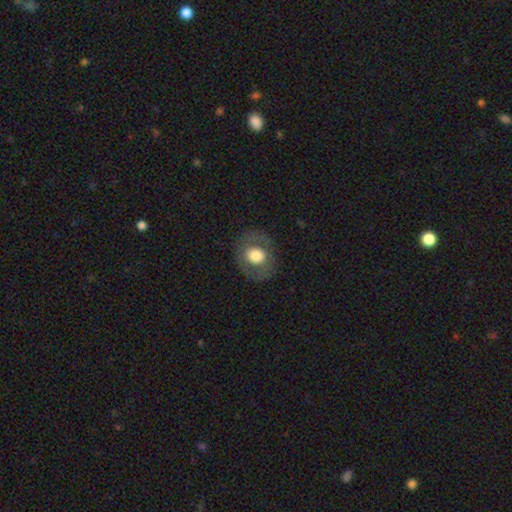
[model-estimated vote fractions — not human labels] A smooth galaxy with no disk features (61%) that is round (66%).

Vote fractions:
- Smooth or featured? smooth: 61% / featured or disk: 32% / star or artifact: 8%
- How rounded? round: 66% / in between: 33% / cigar-shaped: 1%
- Merging? none: 79% / minor disturbance: 13% / major disturbance: 8% / merger: 1%